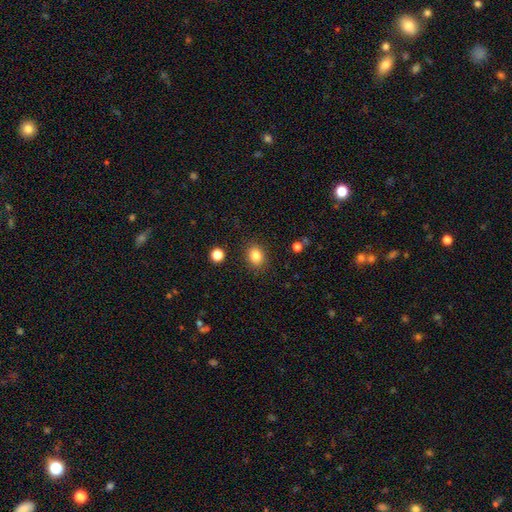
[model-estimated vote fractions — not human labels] Smooth or featured?
  - smooth: 83% *
  - star or artifact: 11%
  - featured or disk: 6%
How rounded?
  - round: 52% *
  - in between: 47%
  - cigar-shaped: 1%
Merging?
  - none: 87% *
  - minor disturbance: 8%
  - major disturbance: 3%
  - merger: 2%